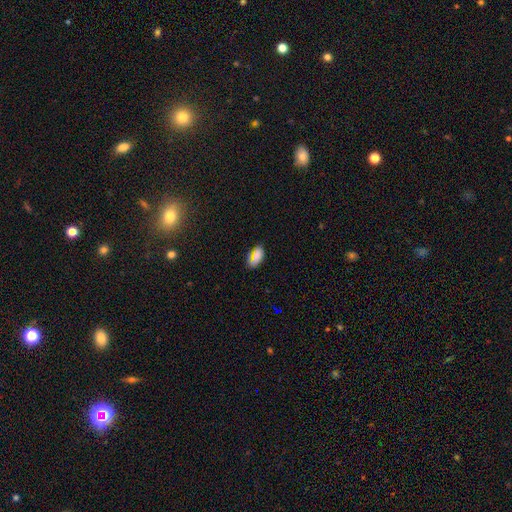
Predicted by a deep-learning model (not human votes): This is likely a smooth galaxy (61%). How rounded: clearly in between (85%). Merging: possibly none (59%).